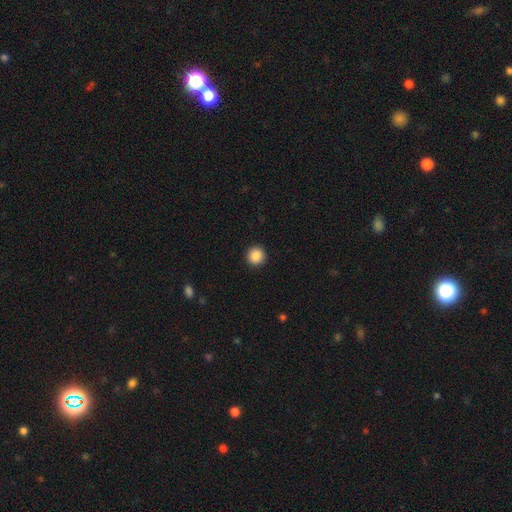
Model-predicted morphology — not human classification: smooth 88%, star or artifact 9%, featured or disk 3%. Down the decision tree: how rounded — round (95%); merging — none (93%).